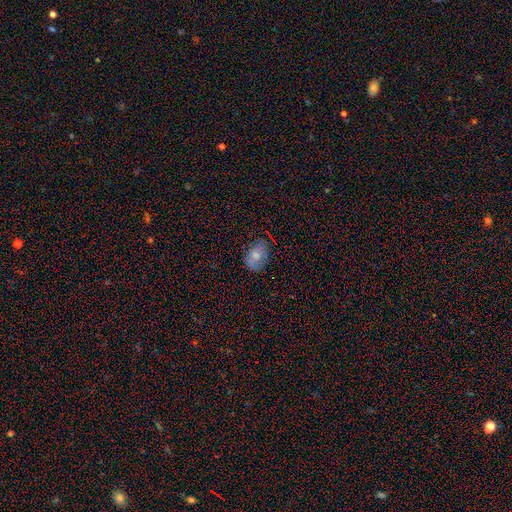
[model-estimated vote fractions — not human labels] A smooth galaxy with no disk features (70%) that is in between round and cigar-shaped (85%). Merging: none (69%).